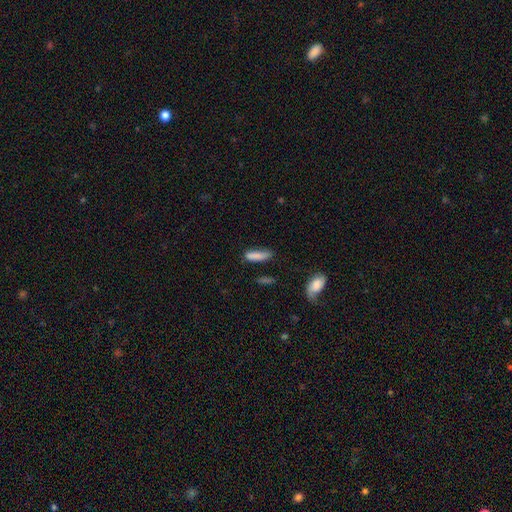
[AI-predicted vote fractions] Smooth or featured? Predicted: smooth (p=0.83). How rounded? Predicted: cigar-shaped (p=0.67). Merging? Predicted: none (p=0.60).